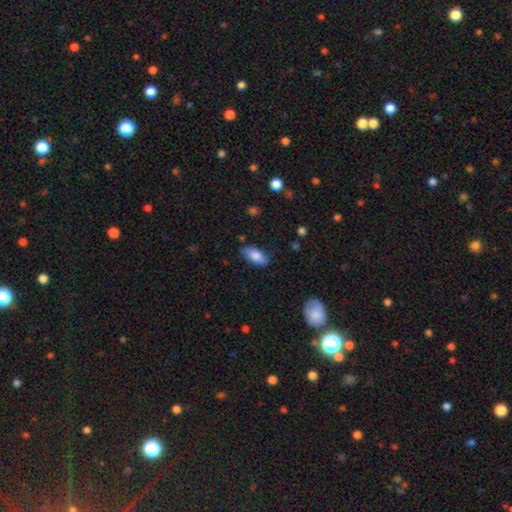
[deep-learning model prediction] The model was most divided on "merging": none: 77%, minor disturbance: 18%, major disturbance: 4%, merger: 1%. More confident: how rounded — in between (89%); smooth or featured — smooth (78%).